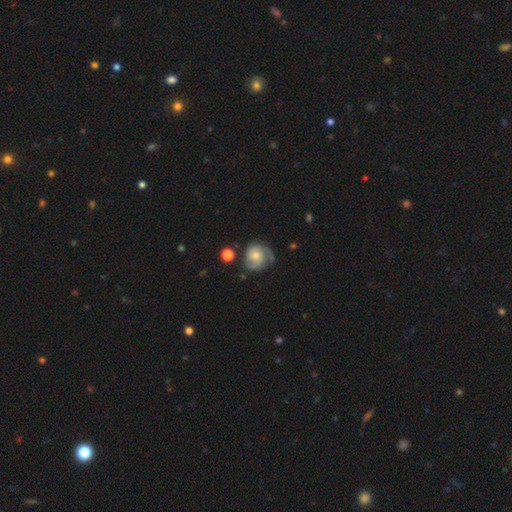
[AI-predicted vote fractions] Q: Smooth or featured?
A: featured or disk (67%); runner-up: smooth (26%)
Q: Edge-on disk?
A: no (98%); runner-up: yes (2%)
Q: Bar?
A: no (73%); runner-up: weak (24%)
Q: Spiral arms?
A: yes (92%); runner-up: no (8%)
Q: Spiral winding?
A: tight (47%); runner-up: medium (38%)
Q: Spiral arm count?
A: 2 (52%); runner-up: can't tell (18%)
Q: Bulge size?
A: moderate (48%); runner-up: small (37%)
Q: Merging?
A: none (59%); runner-up: minor disturbance (25%)